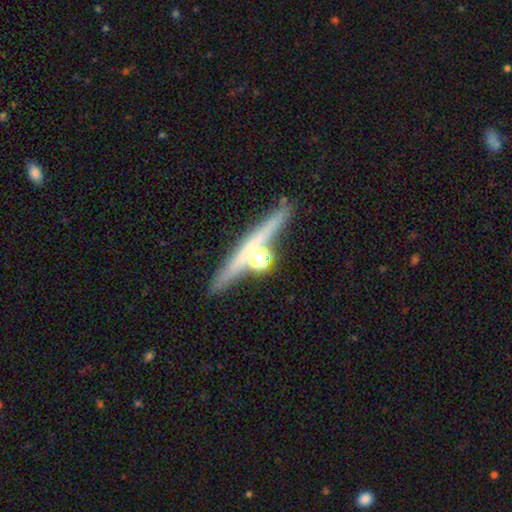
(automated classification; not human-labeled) Overall: featured or disk (47%; smooth 35%). Merging: none (79%).